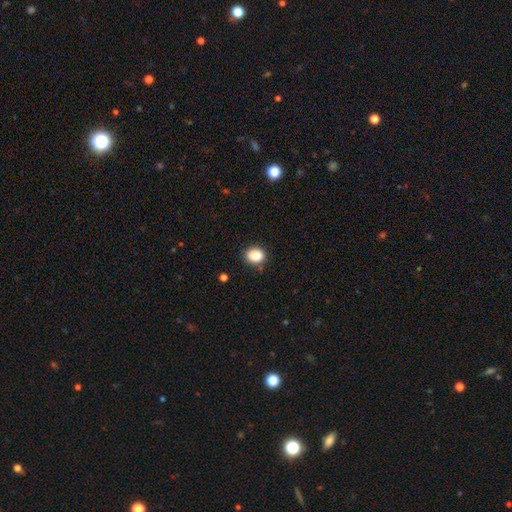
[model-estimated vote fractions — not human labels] Smooth or featured: smooth — 86% (star or artifact — 9%)
How rounded: round — 59% (in between — 40%)
Merging: none — 83% (minor disturbance — 12%)